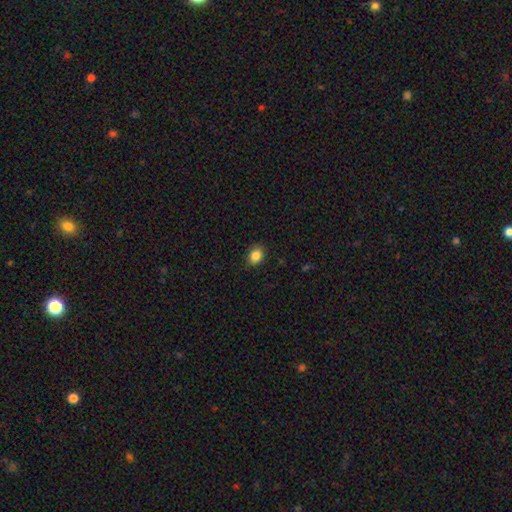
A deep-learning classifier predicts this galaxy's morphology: Overall: smooth (86%). How rounded: in between (56%; round 43%). Merging: none (87%).